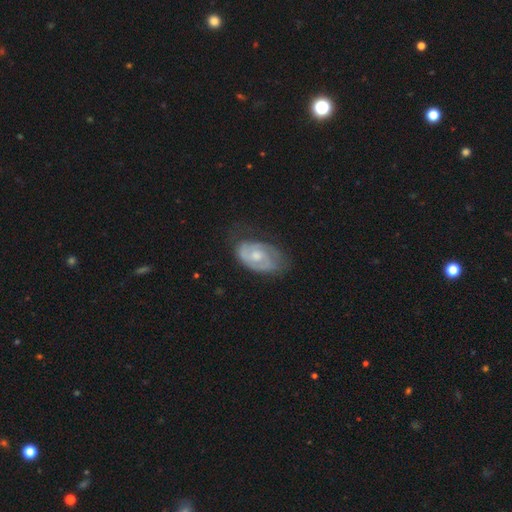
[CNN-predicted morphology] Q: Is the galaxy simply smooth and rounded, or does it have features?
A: featured or disk — 73%.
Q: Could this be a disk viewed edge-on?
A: no — 96%.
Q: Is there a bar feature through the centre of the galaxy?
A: no — 65%.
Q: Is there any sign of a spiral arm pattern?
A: yes — 87%.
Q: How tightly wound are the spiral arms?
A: tight — 53%.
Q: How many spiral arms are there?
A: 2 — 59%.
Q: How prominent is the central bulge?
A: moderate — 57%.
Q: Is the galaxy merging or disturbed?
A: none — 62%.